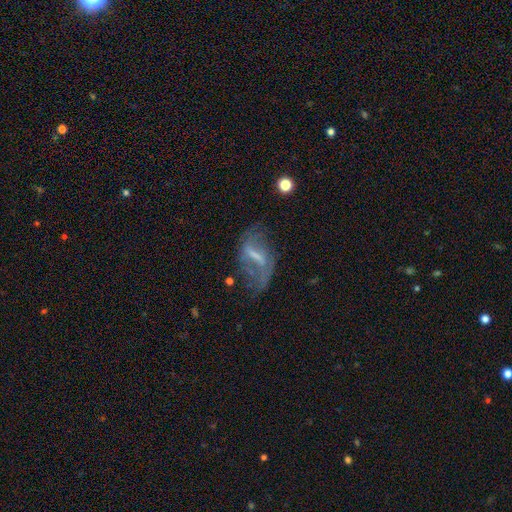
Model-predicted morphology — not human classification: Overall: featured or disk (65%). Edge-on disk: no (88%). Bar: strong (45%; weak 39%). Spiral arms: yes (59%; no 41%). Bulge size: small (36%; none 34%). Merging: none (49%; minor disturbance 23%).